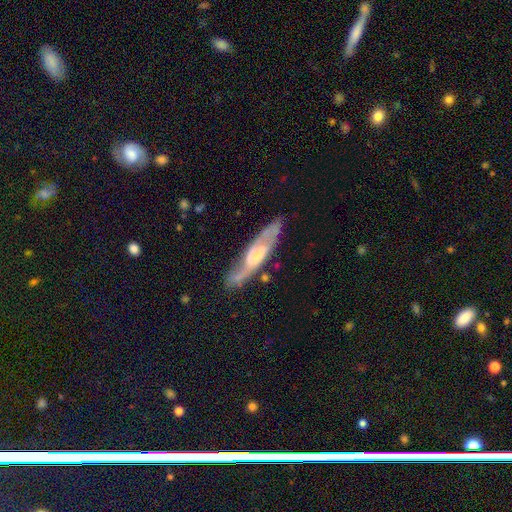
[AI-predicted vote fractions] smooth_or_featured: featured or disk (p=0.75) [alt: smooth p=0.20]
disk_edge_on: no (p=0.64) [alt: yes p=0.36]
merging: none (p=0.72) [alt: minor disturbance p=0.19]